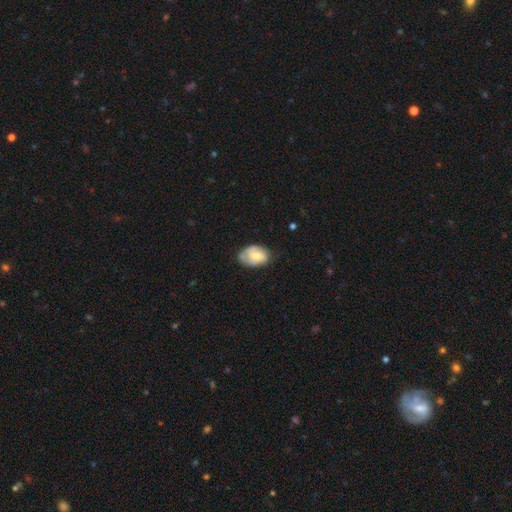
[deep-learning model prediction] This is possibly a smooth galaxy (58%). How rounded: clearly in between (87%). Merging: possibly none (54%).